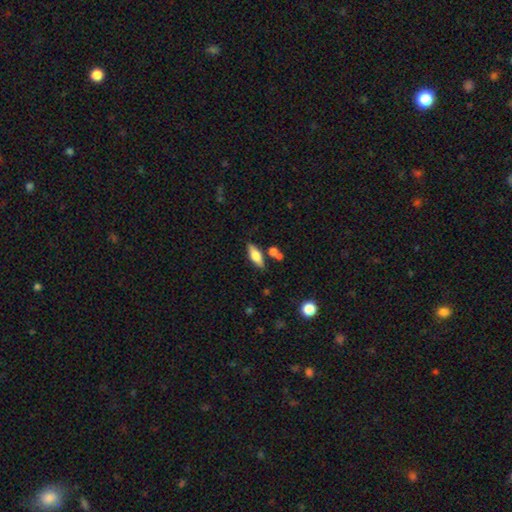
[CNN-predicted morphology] This appears to be a smooth galaxy with no disk features (59%) that is in between round and cigar-shaped (64%). Merging: none (78%).